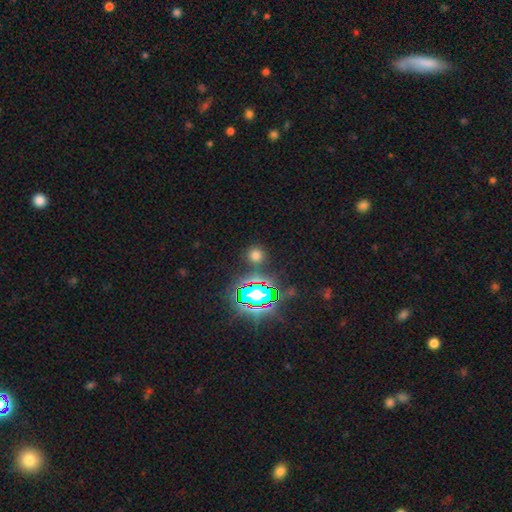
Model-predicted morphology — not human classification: This is possibly a smooth galaxy (59%). How rounded: clearly round (90%). Merging: clearly none (85%).